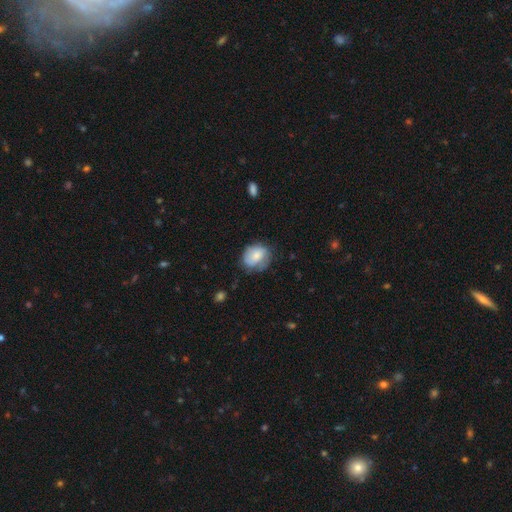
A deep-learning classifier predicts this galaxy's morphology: This is likely a smooth galaxy (71%). How rounded: possibly round (55%). Merging: possibly none (59%).